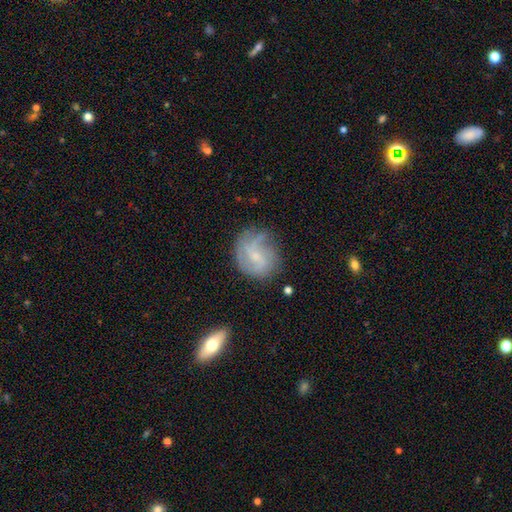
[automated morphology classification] smooth-or-featured: featured or disk: 66% | smooth: 26% | star or artifact: 8%
  disk-edge-on: no: 97% | yes: 3%
    bar: no: 47% | weak: 45% | strong: 8%
    has-spiral-arms: yes: 86% | no: 14%
      spiral-winding: medium: 40% | loose: 32% | tight: 28%
      spiral-arm-count: 2: 32% | can't tell: 31% | 3: 19% | 1: 7% | 4: 6% | more than 4: 4%
    bulge-size: small: 67% | moderate: 20% | none: 11% | large: 1% | dominant: 1%
  merging: none: 62% | minor disturbance: 24% | major disturbance: 12% | merger: 3%